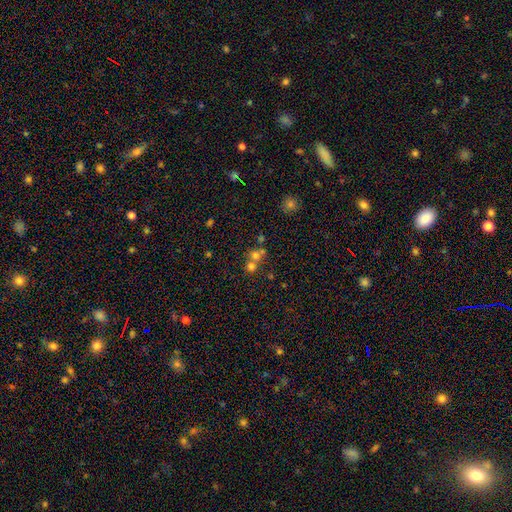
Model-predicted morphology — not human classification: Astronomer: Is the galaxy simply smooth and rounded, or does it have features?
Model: smooth — 66%.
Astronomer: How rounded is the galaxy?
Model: round — 86%.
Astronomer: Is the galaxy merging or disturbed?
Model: merger — 50% (runner-up: none, 42%).